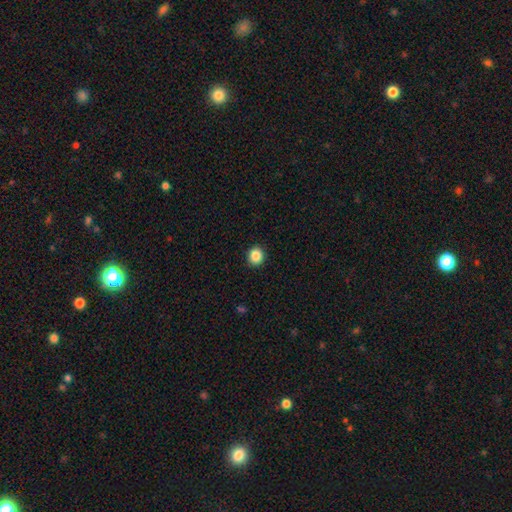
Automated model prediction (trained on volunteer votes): Q: Smooth or featured?
A: smooth (87%); runner-up: star or artifact (10%)
Q: How rounded?
A: round (86%); runner-up: in between (13%)
Q: Merging?
A: none (92%); runner-up: minor disturbance (6%)